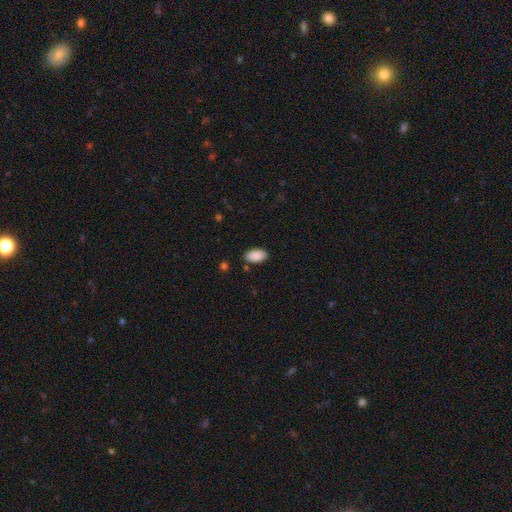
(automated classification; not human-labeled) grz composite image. It shows a smooth galaxy with no disk features (90%) that is in between round and cigar-shaped (95%). Merging: none (85%).